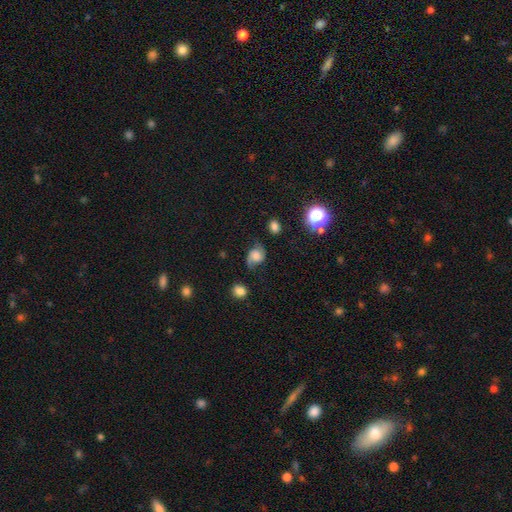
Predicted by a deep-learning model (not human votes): featured or disk 63%, smooth 26%, star or artifact 11%. Down the decision tree: edge-on disk — no (97%); bar — no (66%); spiral arms — yes (93%); spiral arm count — 2 (90%); spiral winding — loose (50%); bulge size — large (30%); merging — none (64%).